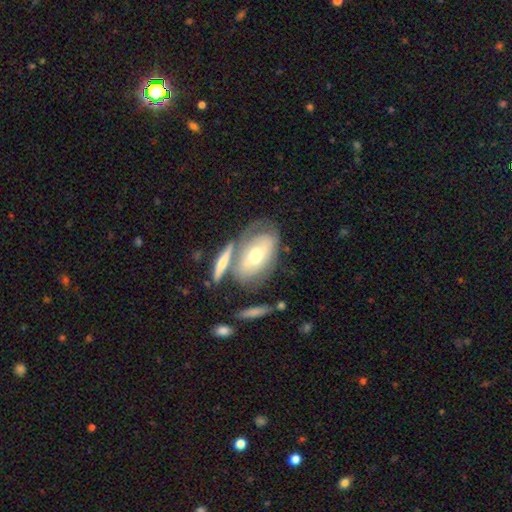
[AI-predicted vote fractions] Q: Smooth or featured?
A: featured or disk (54%); runner-up: smooth (39%)
Q: Edge-on disk?
A: no (82%); runner-up: yes (18%)
Q: Merging?
A: none (45%); runner-up: merger (25%)